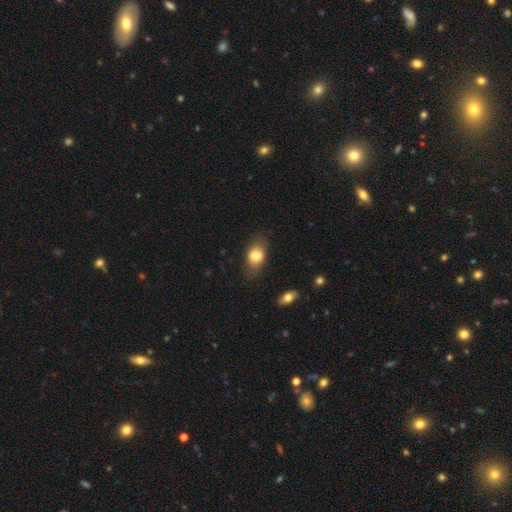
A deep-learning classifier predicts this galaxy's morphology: smooth 78%, featured or disk 14%, star or artifact 7%. Down the decision tree: how rounded — in between (79%); merging — none (76%).